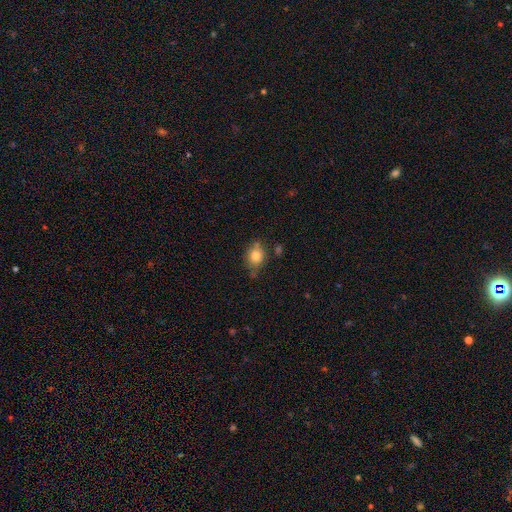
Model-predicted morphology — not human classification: Smooth or featured? smooth (79%)
How rounded? round (51%)
Merging? none (65%)